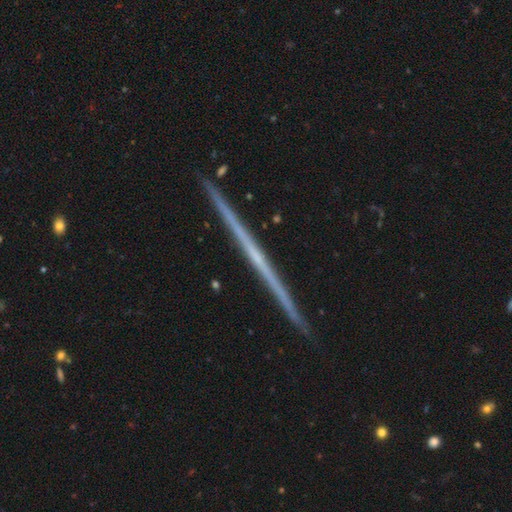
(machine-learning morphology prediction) Smooth or featured: featured or disk — 76% (smooth — 18%)
Edge-on disk: yes — 98% (no — 2%)
Edge-on bulge: none — 81% (rounded — 15%)
Merging: none — 93% (minor disturbance — 5%)